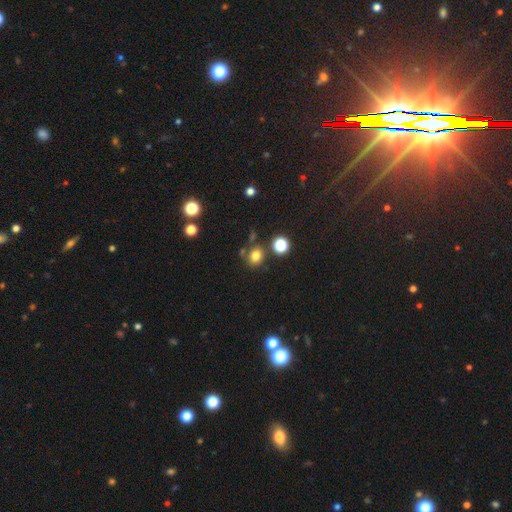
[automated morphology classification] Overall: smooth (78%). How rounded: round (62%; in between 37%). Merging: none (74%).